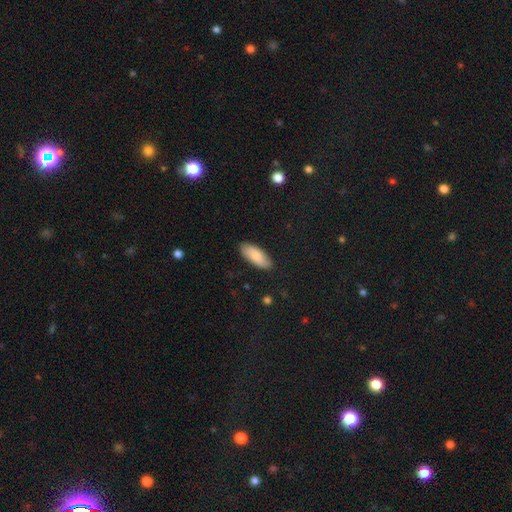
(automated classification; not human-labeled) smooth_or_featured: smooth (p=0.83) [alt: featured or disk p=0.11]
how_rounded: in between (p=0.83) [alt: cigar-shaped p=0.16]
merging: none (p=0.87) [alt: minor disturbance p=0.10]